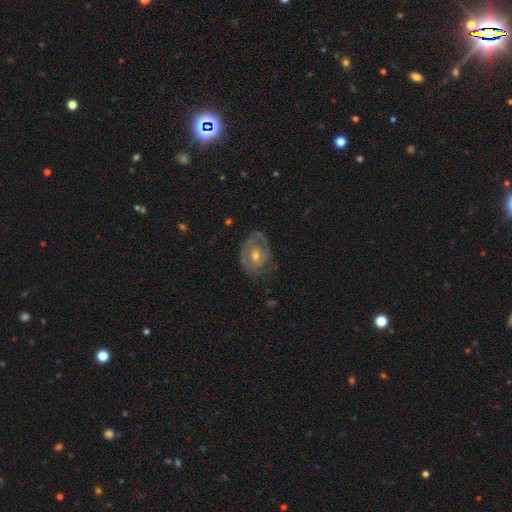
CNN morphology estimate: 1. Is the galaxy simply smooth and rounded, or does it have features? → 66% featured or disk, 25% smooth, 8% star or artifact.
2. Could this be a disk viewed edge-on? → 96% no, 4% yes.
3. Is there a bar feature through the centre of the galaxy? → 70% no, 24% weak, 6% strong.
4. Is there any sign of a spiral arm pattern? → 63% yes, 37% no.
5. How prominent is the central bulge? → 56% moderate, 40% small, 2% large, 1% none, 1% dominant.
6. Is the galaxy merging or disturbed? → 66% none, 22% minor disturbance, 10% major disturbance, 1% merger.